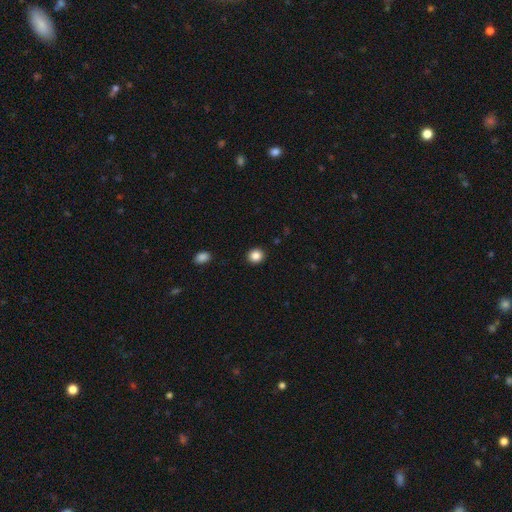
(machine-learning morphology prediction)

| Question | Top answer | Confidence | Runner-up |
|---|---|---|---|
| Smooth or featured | smooth | 86% | star or artifact (10%) |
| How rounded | round | 82% | in between (17%) |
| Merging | none | 92% | minor disturbance (5%) |